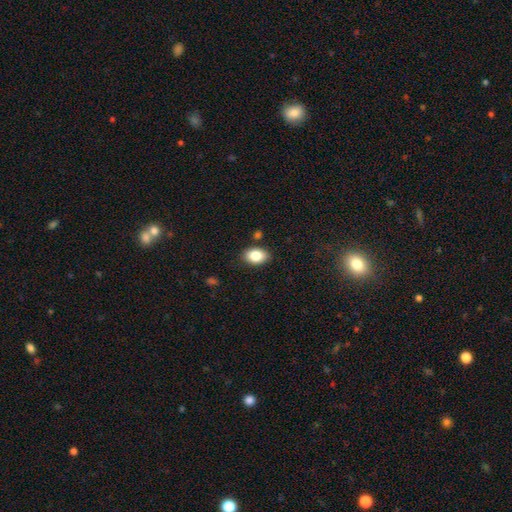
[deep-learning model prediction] Smooth or featured? Predicted: smooth (p=0.84). How rounded? Predicted: in between (p=0.83). Merging? Predicted: none (p=0.85).